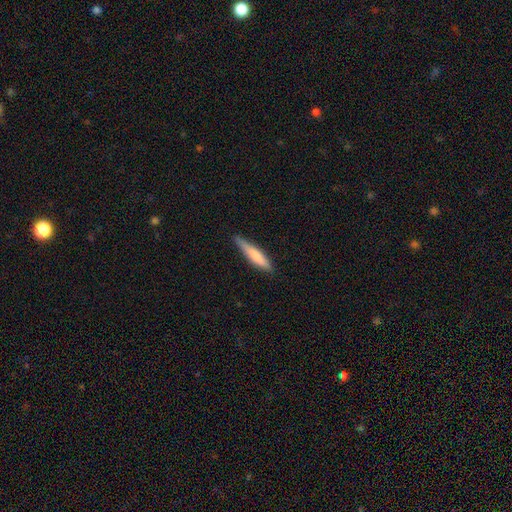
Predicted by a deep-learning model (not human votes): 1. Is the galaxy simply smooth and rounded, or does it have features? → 72% smooth, 22% featured or disk, 5% star or artifact.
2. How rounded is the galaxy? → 87% cigar-shaped, 12% in between, 1% round.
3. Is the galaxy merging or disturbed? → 79% none, 18% minor disturbance, 3% major disturbance, 1% merger.